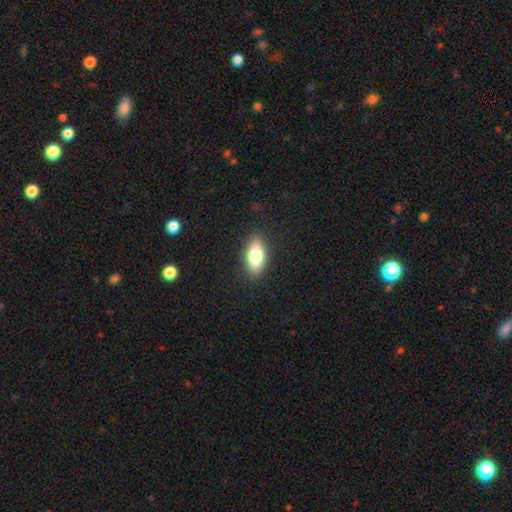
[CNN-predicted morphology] Q: Smooth or featured?
A: smooth (78%); runner-up: featured or disk (15%)
Q: How rounded?
A: in between (85%); runner-up: cigar-shaped (11%)
Q: Merging?
A: none (88%); runner-up: minor disturbance (9%)